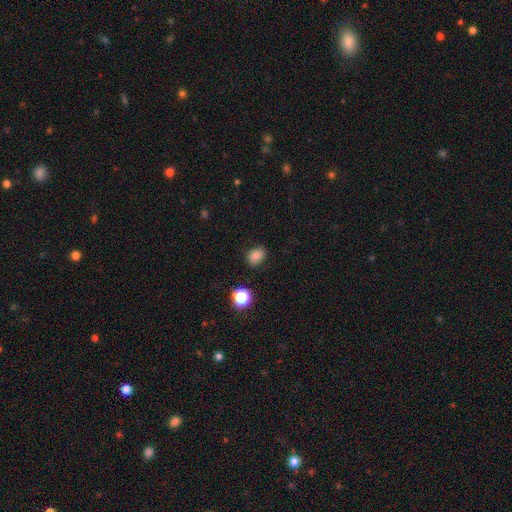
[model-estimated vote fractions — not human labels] A smooth galaxy with no disk features (79%) that is in between round and cigar-shaped (65%). Merging: none (83%).